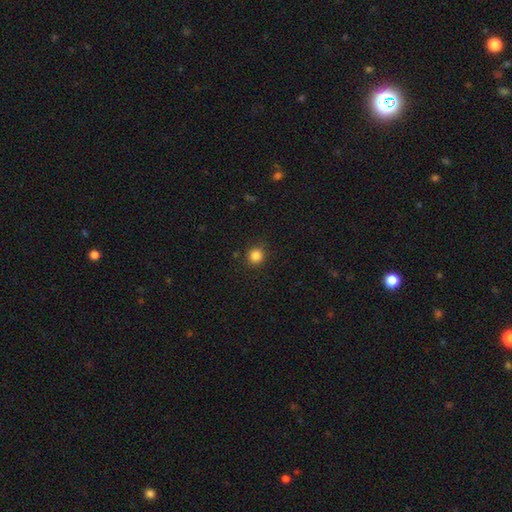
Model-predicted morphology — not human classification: Smooth or featured: smooth — 85% (star or artifact — 12%)
How rounded: round — 92% (in between — 7%)
Merging: none — 89% (minor disturbance — 8%)